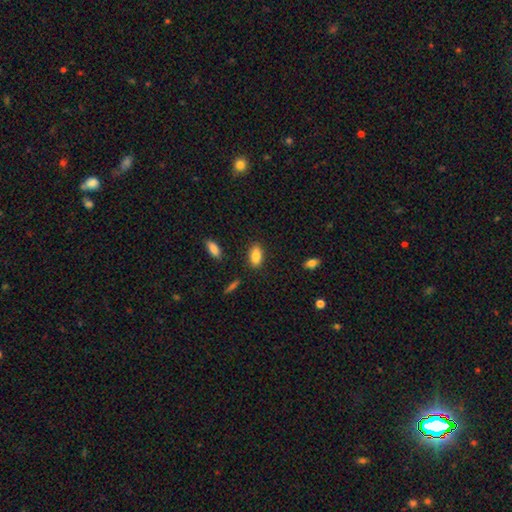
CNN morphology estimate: Overall: smooth (86%). How rounded: in between (88%). Merging: none (85%).